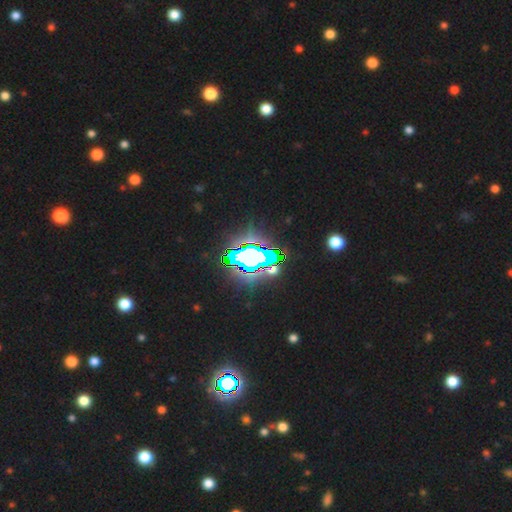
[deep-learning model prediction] This appears to be a star or artifact, not a galaxy (73%).